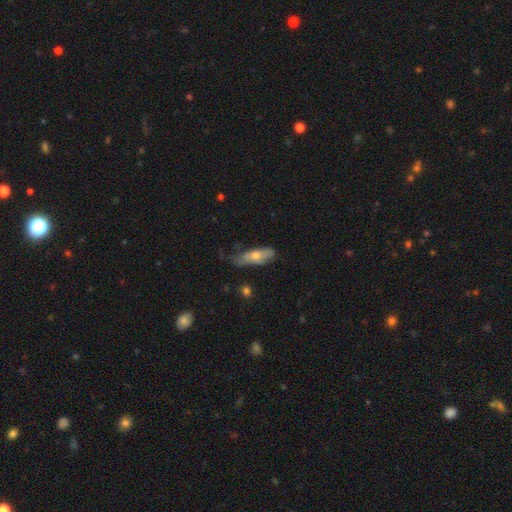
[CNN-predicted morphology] A smooth galaxy with no disk features (54%) that is in between round and cigar-shaped (50%).

Vote fractions:
- Smooth or featured? smooth: 54% / featured or disk: 40% / star or artifact: 7%
- How rounded? in between: 50% / cigar-shaped: 47% / round: 3%
- Merging? none: 46% / minor disturbance: 36% / major disturbance: 15% / merger: 3%